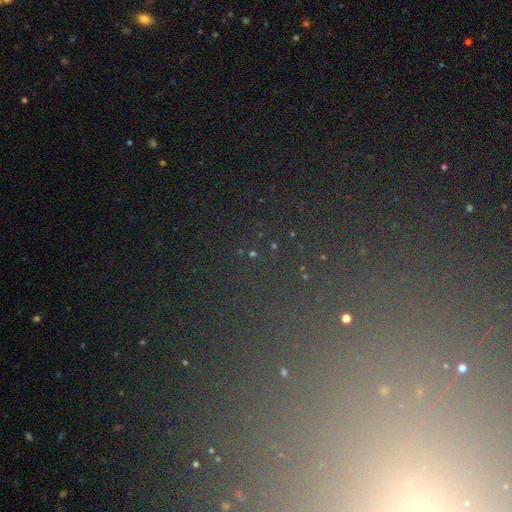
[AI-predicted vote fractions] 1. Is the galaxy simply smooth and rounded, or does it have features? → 69% star or artifact, 18% smooth, 13% featured or disk.